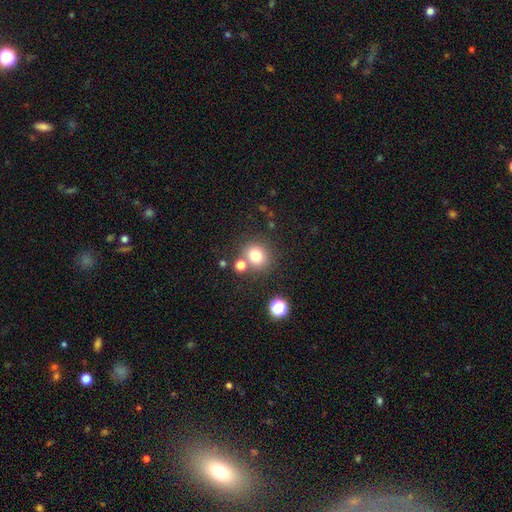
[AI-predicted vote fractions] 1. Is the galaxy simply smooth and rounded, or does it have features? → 78% smooth, 14% star or artifact, 8% featured or disk.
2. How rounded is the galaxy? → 82% round, 17% in between, 1% cigar-shaped.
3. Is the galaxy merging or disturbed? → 71% none, 15% merger, 10% minor disturbance, 4% major disturbance.